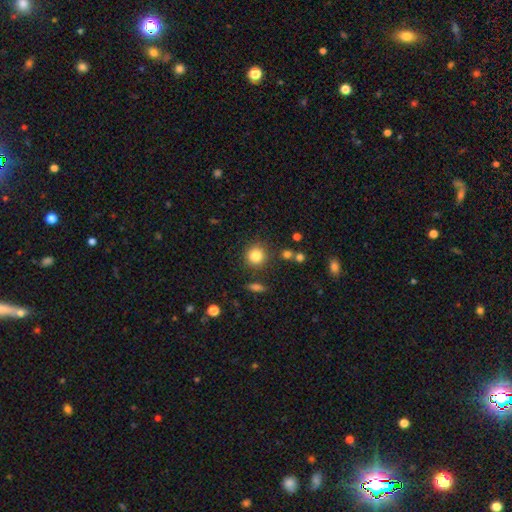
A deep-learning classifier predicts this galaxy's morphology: A smooth galaxy with no disk features (83%) that is round (91%).

Vote fractions:
- Smooth or featured? smooth: 83% / star or artifact: 11% / featured or disk: 6%
- How rounded? round: 91% / in between: 8% / cigar-shaped: 1%
- Merging? none: 85% / minor disturbance: 8% / merger: 4% / major disturbance: 3%